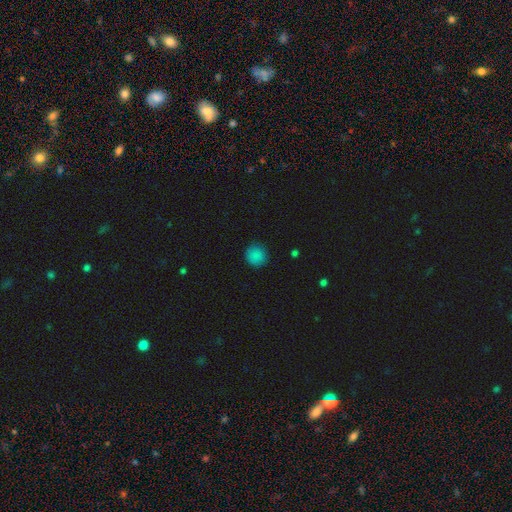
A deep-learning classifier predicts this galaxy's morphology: Smooth or featured: smooth — 85% (star or artifact — 11%)
How rounded: round — 91% (in between — 8%)
Merging: none — 88% (minor disturbance — 9%)